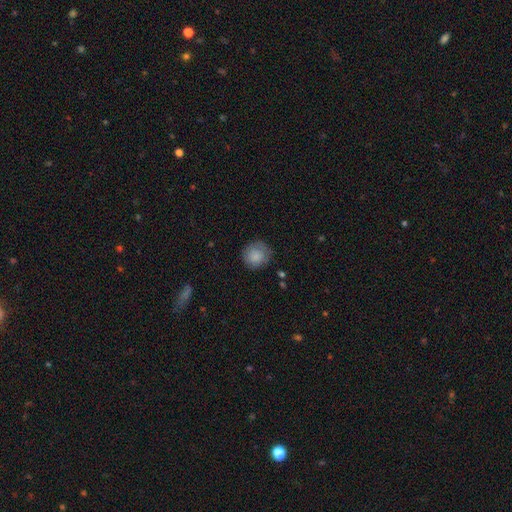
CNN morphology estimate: Smooth or featured: smooth — 85% (star or artifact — 7%)
How rounded: round — 90% (in between — 9%)
Merging: none — 77% (minor disturbance — 17%)